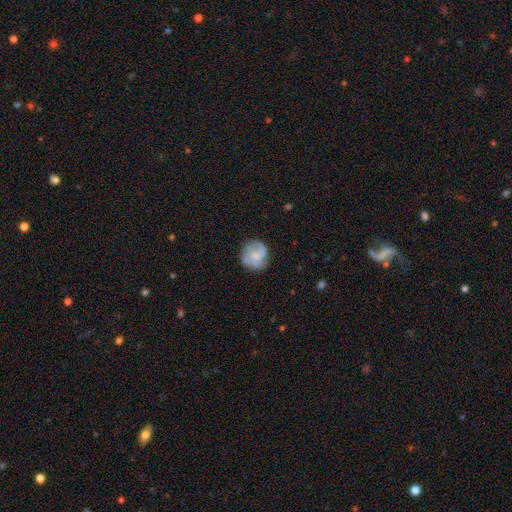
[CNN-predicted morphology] smooth_or_featured: featured or disk (p=0.50) [alt: smooth p=0.43]
merging: none (p=0.74) [alt: minor disturbance p=0.17]